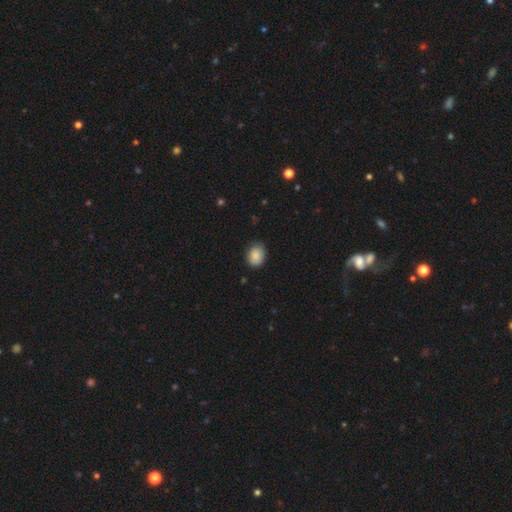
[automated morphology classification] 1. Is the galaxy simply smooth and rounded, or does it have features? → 87% smooth, 7% star or artifact, 6% featured or disk.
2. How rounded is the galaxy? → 64% in between, 35% round, 1% cigar-shaped.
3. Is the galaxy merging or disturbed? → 76% none, 20% minor disturbance, 3% major disturbance, 1% merger.